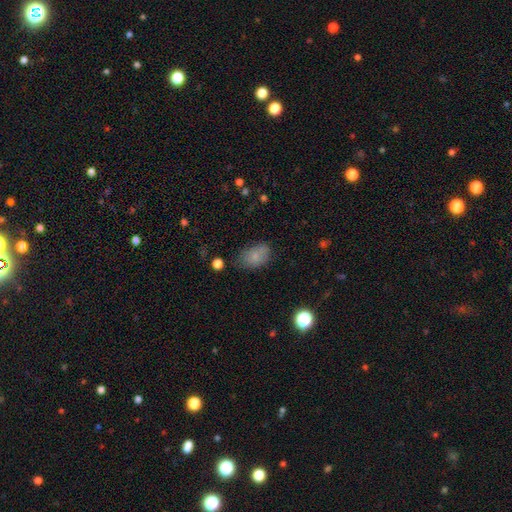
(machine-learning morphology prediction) smooth-or-featured: smooth: 78% | featured or disk: 11% | star or artifact: 11%
  how-rounded: in between: 87% | round: 11% | cigar-shaped: 2%
  merging: none: 63% | minor disturbance: 26% | major disturbance: 8% | merger: 4%